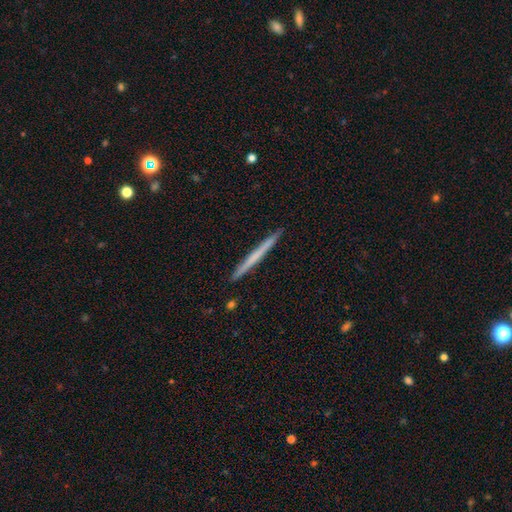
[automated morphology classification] smooth 51%, featured or disk 43%, star or artifact 5%. Down the decision tree: how rounded — cigar-shaped (97%); merging — none (93%).